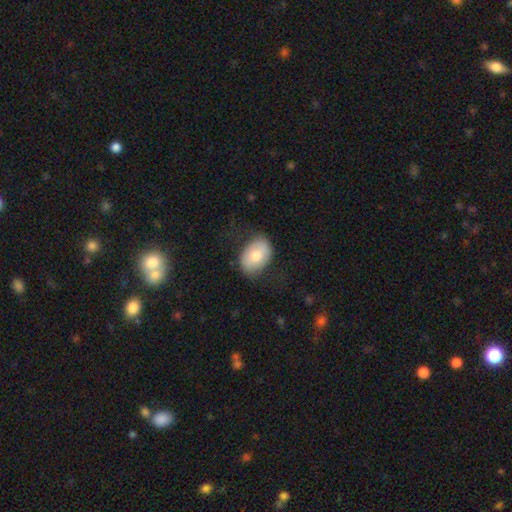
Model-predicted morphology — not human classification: This appears to be a smooth galaxy with no disk features (68%) that is in between round and cigar-shaped (81%). Merging: none (74%).